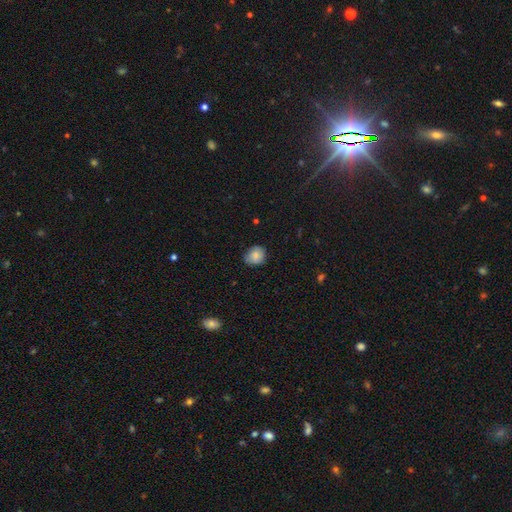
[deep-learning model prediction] A smooth galaxy with no disk features (82%) that is round (68%). Merging: none (75%).